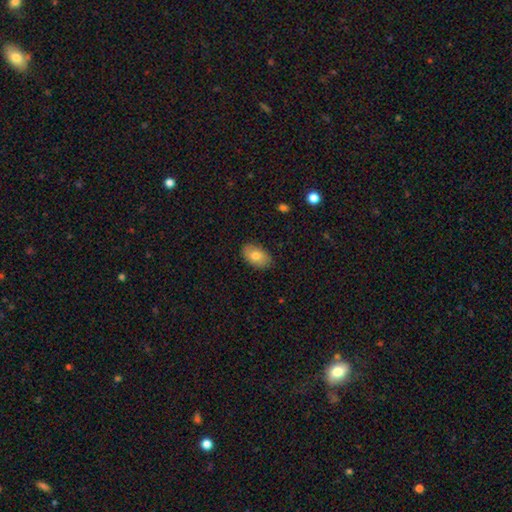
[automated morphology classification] Q: Smooth or featured?
A: smooth (78%); runner-up: featured or disk (16%)
Q: How rounded?
A: in between (90%); runner-up: round (8%)
Q: Merging?
A: none (84%); runner-up: minor disturbance (13%)